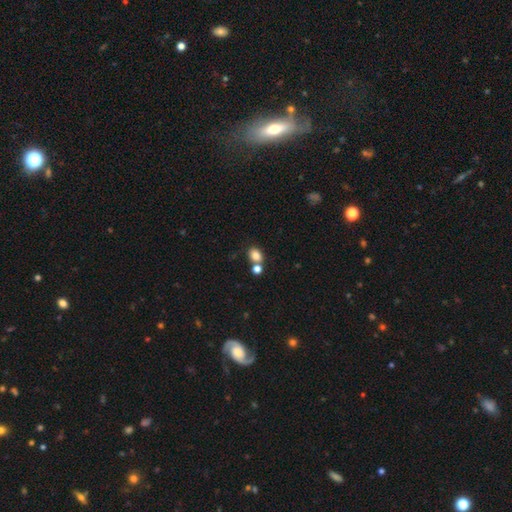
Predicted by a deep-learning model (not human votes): Overall: smooth (83%). How rounded: in between (57%; round 41%). Merging: none (56%; merger 30%).